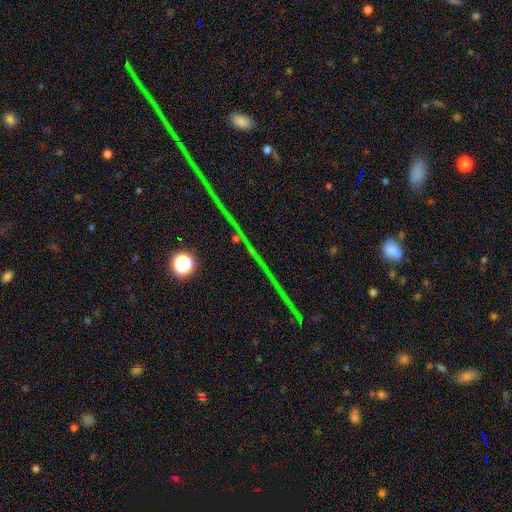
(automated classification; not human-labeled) smooth_or_featured: star or artifact (p=0.76) [alt: featured or disk p=0.14]